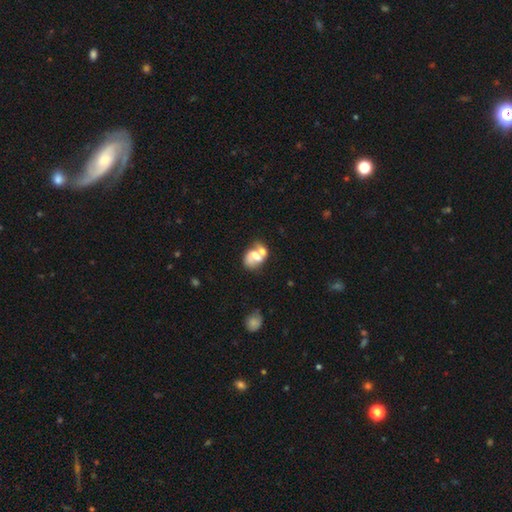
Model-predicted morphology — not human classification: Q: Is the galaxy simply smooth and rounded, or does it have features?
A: featured or disk — 45%, tied with smooth.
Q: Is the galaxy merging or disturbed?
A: merger — 46%.